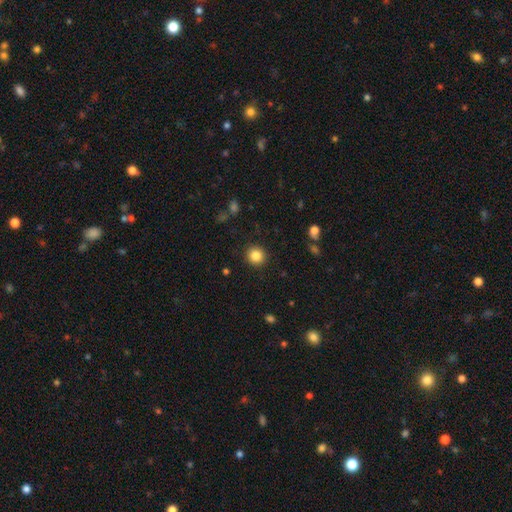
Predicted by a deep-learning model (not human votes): Smooth or featured? smooth (84%)
How rounded? round (93%)
Merging? none (91%)